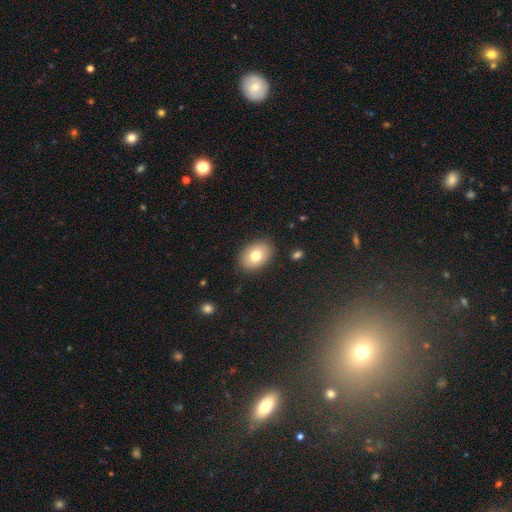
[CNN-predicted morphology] smooth_or_featured: smooth (p=0.78) [alt: featured or disk p=0.14]
how_rounded: in between (p=0.77) [alt: round p=0.22]
merging: none (p=0.87) [alt: minor disturbance p=0.09]